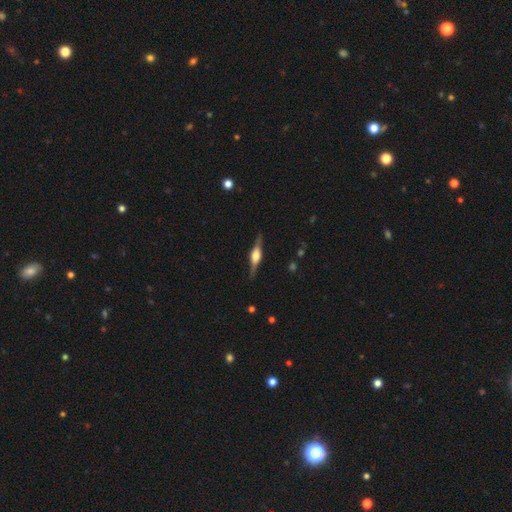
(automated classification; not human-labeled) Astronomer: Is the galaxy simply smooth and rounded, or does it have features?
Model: featured or disk — 76%.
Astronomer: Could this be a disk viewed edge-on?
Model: yes — 97%.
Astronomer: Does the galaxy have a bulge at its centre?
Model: rounded — 86%.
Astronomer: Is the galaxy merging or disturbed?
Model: none — 87%.